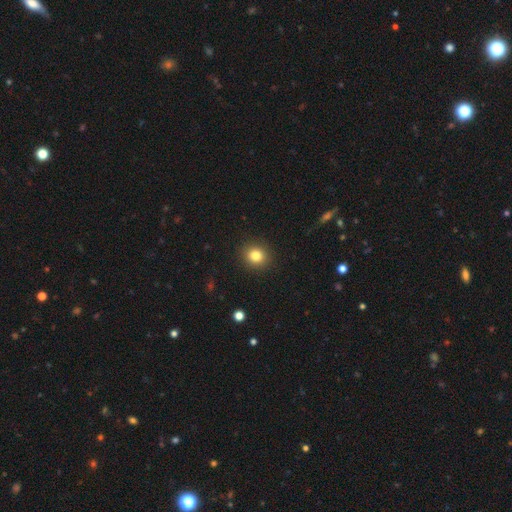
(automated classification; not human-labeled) A smooth galaxy with no disk features (82%) that is round (82%).

Vote fractions:
- Smooth or featured? smooth: 82% / star or artifact: 11% / featured or disk: 6%
- How rounded? round: 82% / in between: 17% / cigar-shaped: 1%
- Merging? none: 91% / minor disturbance: 6% / major disturbance: 2% / merger: 1%